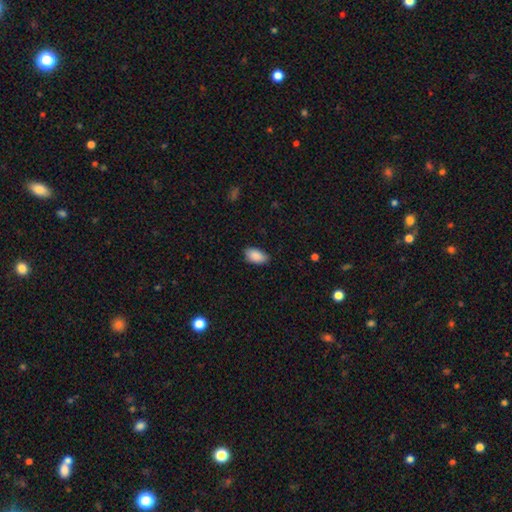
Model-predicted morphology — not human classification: Smooth or featured? Predicted: smooth (p=0.89). How rounded? Predicted: in between (p=0.94). Merging? Predicted: none (p=0.82).